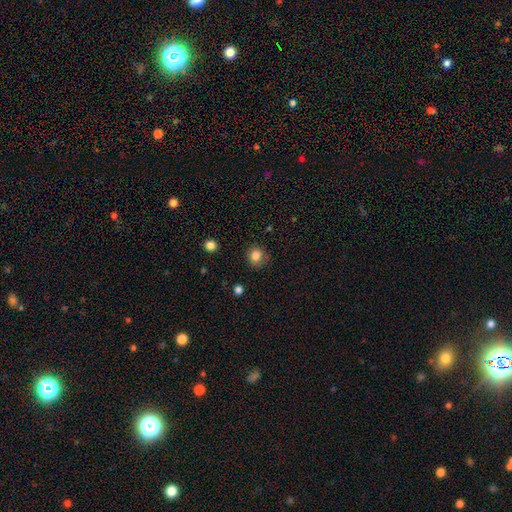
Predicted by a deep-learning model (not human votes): This is clearly a smooth galaxy (83%). How rounded: clearly round (84%). Merging: clearly none (80%).